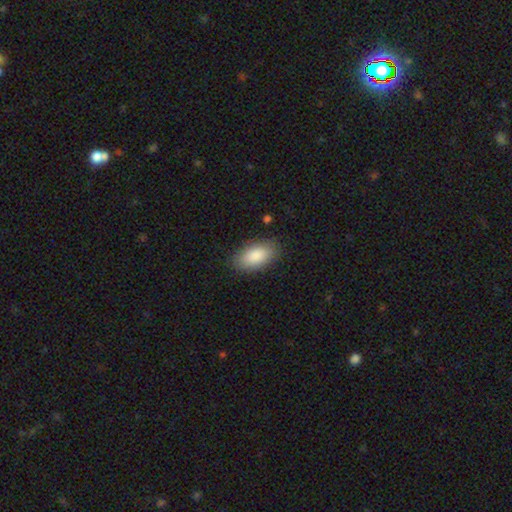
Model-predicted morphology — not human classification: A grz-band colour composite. It shows a smooth galaxy with no disk features (87%) that is in between round and cigar-shaped (94%). Merging: none (86%).